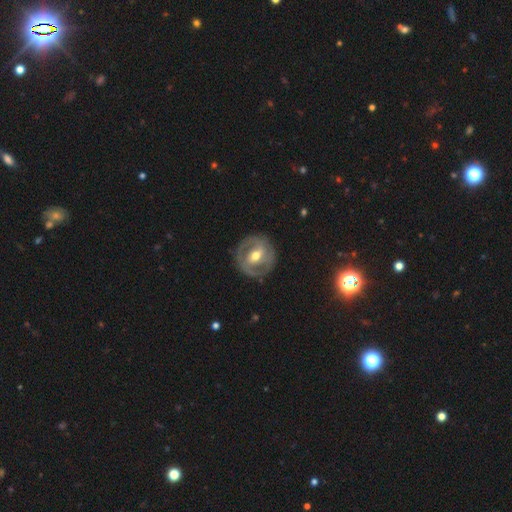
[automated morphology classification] A featured or disk galaxy (72%) with a weak bar (42%), spiral arms (65%) and a moderate central bulge (76%).

Vote fractions:
- Smooth or featured? featured or disk: 72% / smooth: 23% / star or artifact: 5%
- Edge-on disk? no: 96% / yes: 4%
- Bar? weak: 42% / strong: 34% / no: 24%
- Spiral arms? yes: 65% / no: 35%
- Bulge size? moderate: 76% / small: 16% / large: 6% / dominant: 1% / none: 1%
- Merging? none: 83% / minor disturbance: 12% / major disturbance: 4% / merger: 1%